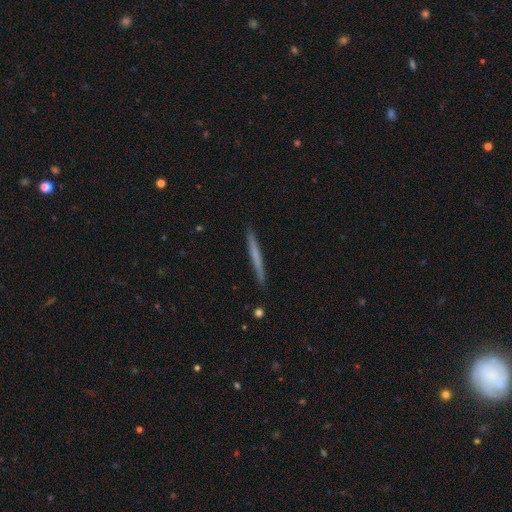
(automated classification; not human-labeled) smooth 57%, featured or disk 38%, star or artifact 5%. Down the decision tree: how rounded — cigar-shaped (97%); merging — none (92%).